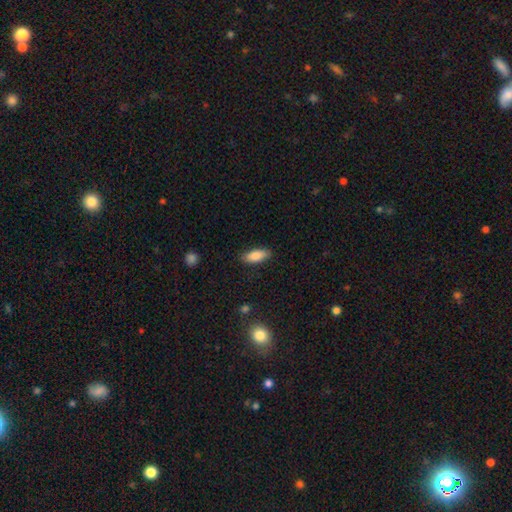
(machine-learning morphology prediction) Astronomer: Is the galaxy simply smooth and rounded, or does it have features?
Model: smooth — 85%.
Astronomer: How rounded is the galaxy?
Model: in between — 79%.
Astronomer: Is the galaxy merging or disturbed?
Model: none — 85%.